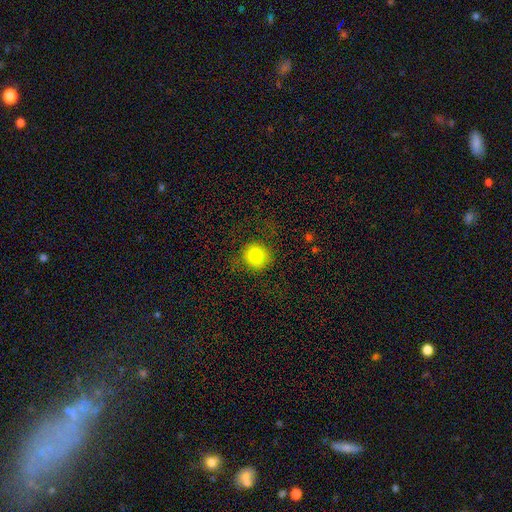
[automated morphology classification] smooth_or_featured: smooth (p=0.79) [alt: star or artifact p=0.11]
how_rounded: round (p=0.89) [alt: in between p=0.10]
merging: none (p=0.80) [alt: minor disturbance p=0.12]